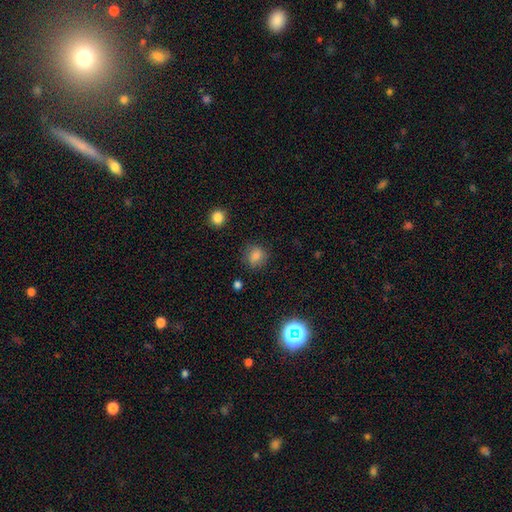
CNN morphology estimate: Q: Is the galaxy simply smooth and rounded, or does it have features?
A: smooth — 82%.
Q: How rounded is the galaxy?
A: round — 76%.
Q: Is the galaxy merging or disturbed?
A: none — 81%.